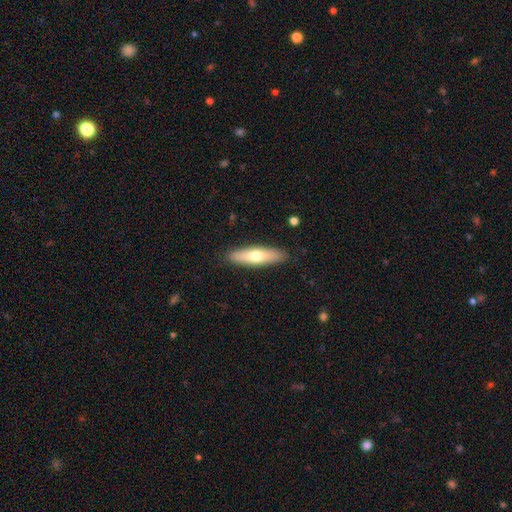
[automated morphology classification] Smooth or featured? smooth (62%)
How rounded? cigar-shaped (66%)
Merging? none (89%)